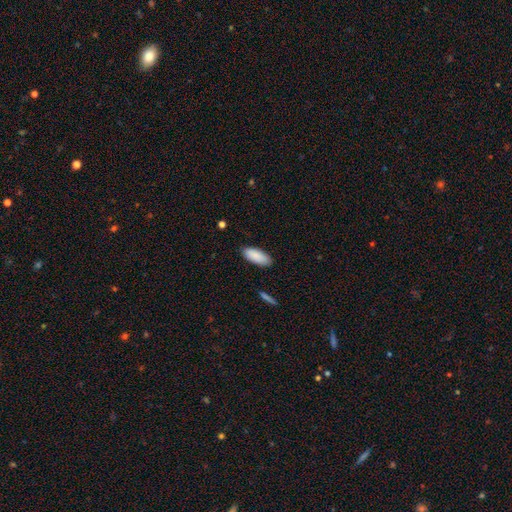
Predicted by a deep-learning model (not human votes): The model was most divided on "how rounded": in between: 83%, cigar-shaped: 15%, round: 2%. More confident: smooth or featured — smooth (90%); merging — none (87%).